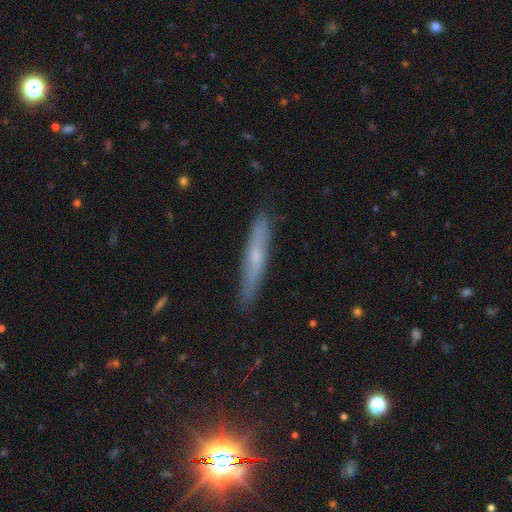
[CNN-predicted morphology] This appears to be a smooth galaxy with no disk features (46%, tied with featured or disk). Merging: none (86%).